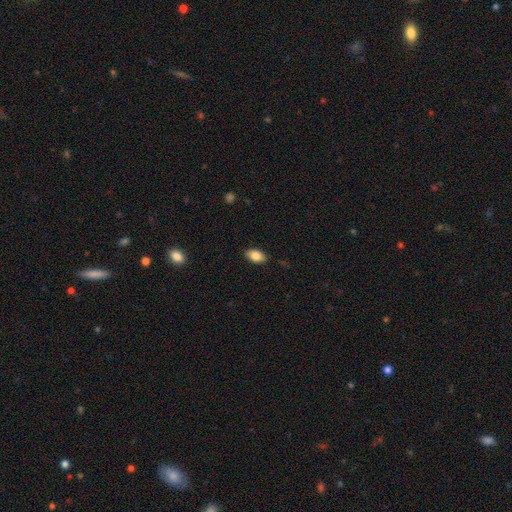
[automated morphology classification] Smooth or featured: smooth — 83% (featured or disk — 9%)
How rounded: in between — 91% (round — 6%)
Merging: none — 86% (minor disturbance — 10%)